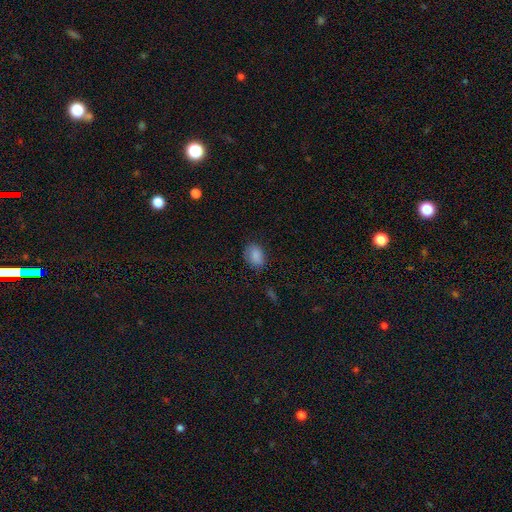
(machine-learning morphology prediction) smooth-or-featured: smooth: 84% | star or artifact: 9% | featured or disk: 7%
  how-rounded: in between: 77% | round: 21% | cigar-shaped: 1%
  merging: none: 74% | minor disturbance: 20% | major disturbance: 5% | merger: 1%